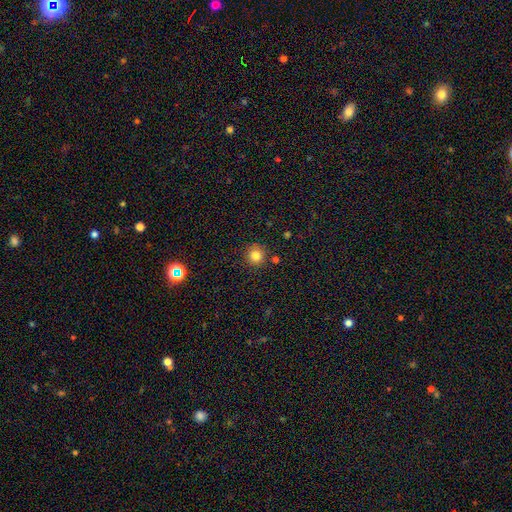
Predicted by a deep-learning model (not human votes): smooth 82%, star or artifact 13%, featured or disk 5%. Down the decision tree: how rounded — round (95%); merging — none (88%).